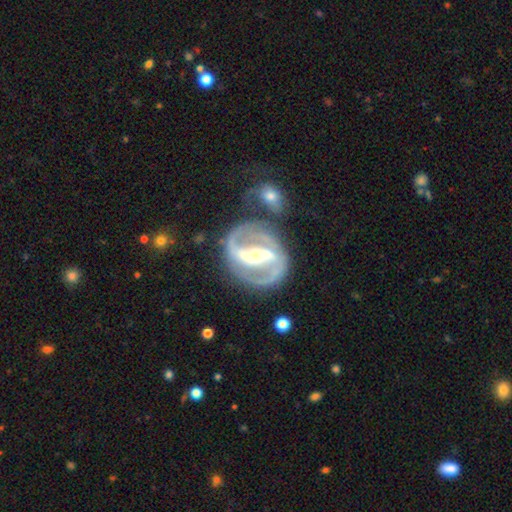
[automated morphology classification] smooth-or-featured: featured or disk: 90% | smooth: 5% | star or artifact: 4%
  disk-edge-on: no: 97% | yes: 3%
    bar: strong: 70% | weak: 21% | no: 9%
    has-spiral-arms: yes: 95% | no: 5%
      spiral-winding: medium: 55% | tight: 31% | loose: 15%
      spiral-arm-count: 2: 92% | can't tell: 3% | 3: 2% | 1: 2% | 4: 1% | more than 4: 1%
    bulge-size: moderate: 60% | small: 31% | large: 6% | none: 1% | dominant: 1%
  merging: none: 72% | minor disturbance: 13% | merger: 8% | major disturbance: 7%